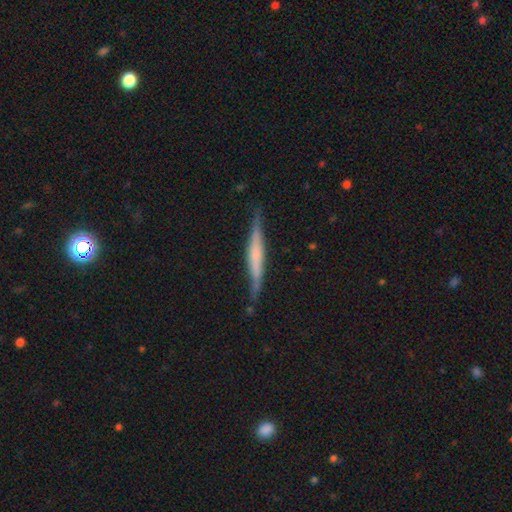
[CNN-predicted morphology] This is possibly a featured or disk galaxy (59%). It is clearly viewed edge-on (95%). Edge-on bulge: marginally none (39%). Merging: likely none (80%).